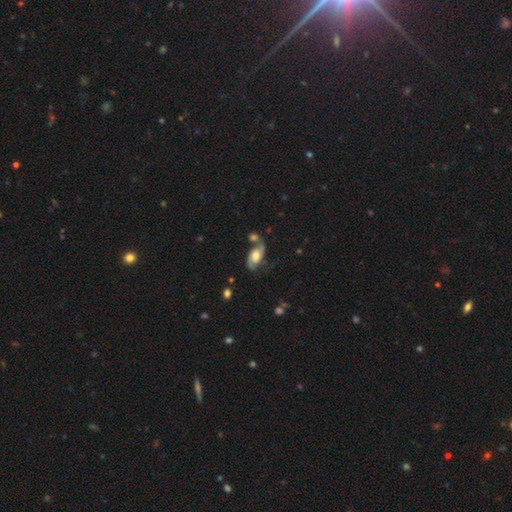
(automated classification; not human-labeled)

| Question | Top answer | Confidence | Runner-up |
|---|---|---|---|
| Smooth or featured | featured or disk | 70% | smooth (23%) |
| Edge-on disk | no | 94% | yes (6%) |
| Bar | no | 63% | weak (28%) |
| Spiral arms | yes | 89% | no (11%) |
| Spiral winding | loose | 42% | medium (41%) |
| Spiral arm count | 2 | 87% | can't tell (5%) |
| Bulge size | moderate | 56% | large (25%) |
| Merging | none | 44% | merger (24%) |